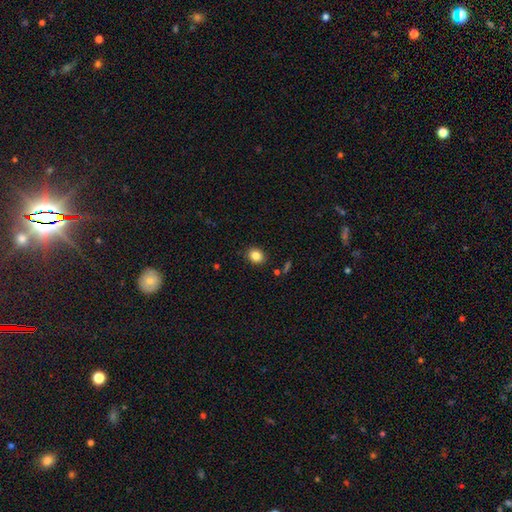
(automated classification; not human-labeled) Smooth or featured? smooth (84%)
How rounded? round (60%)
Merging? none (88%)